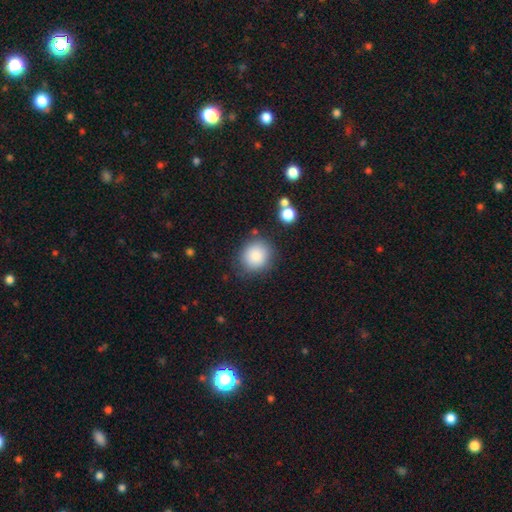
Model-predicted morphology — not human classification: Overall: smooth (86%). How rounded: round (81%). Merging: none (78%).